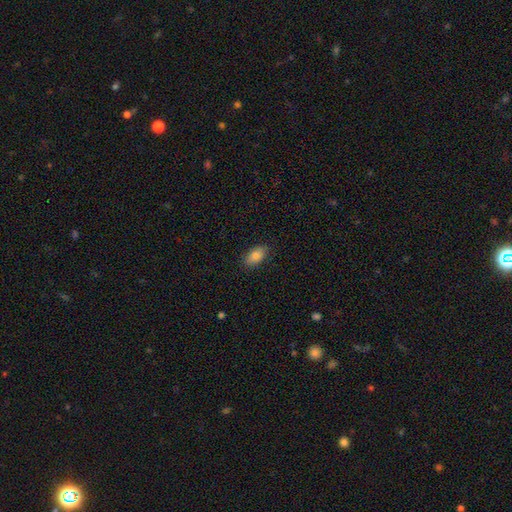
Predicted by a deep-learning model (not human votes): Overall: smooth (83%). How rounded: in between (92%). Merging: none (88%).